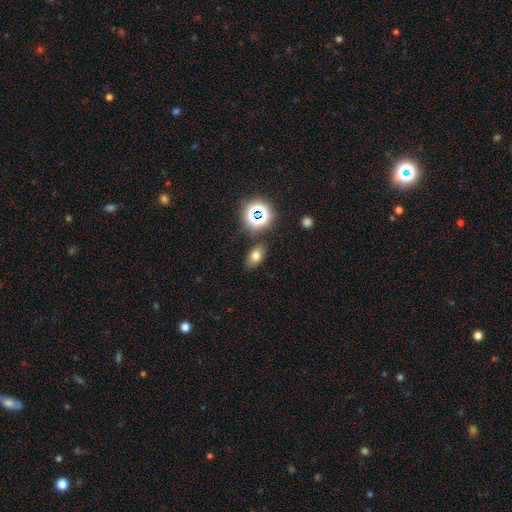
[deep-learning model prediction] smooth-or-featured: smooth: 68% | star or artifact: 20% | featured or disk: 12%
  how-rounded: in between: 82% | round: 16% | cigar-shaped: 2%
  merging: none: 81% | minor disturbance: 11% | merger: 4% | major disturbance: 3%